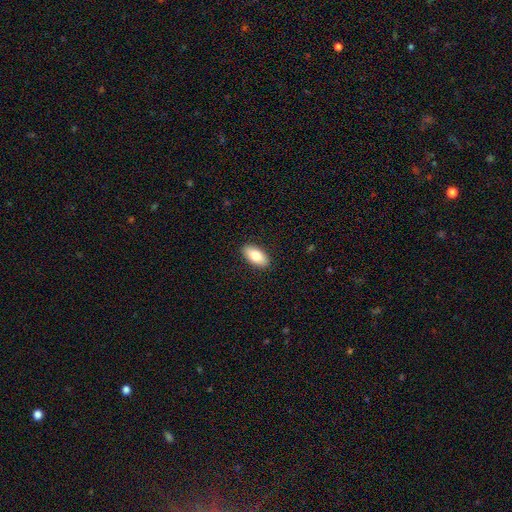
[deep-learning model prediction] Q: Smooth or featured?
A: smooth (80%); runner-up: featured or disk (14%)
Q: How rounded?
A: in between (93%); runner-up: cigar-shaped (4%)
Q: Merging?
A: none (90%); runner-up: minor disturbance (7%)